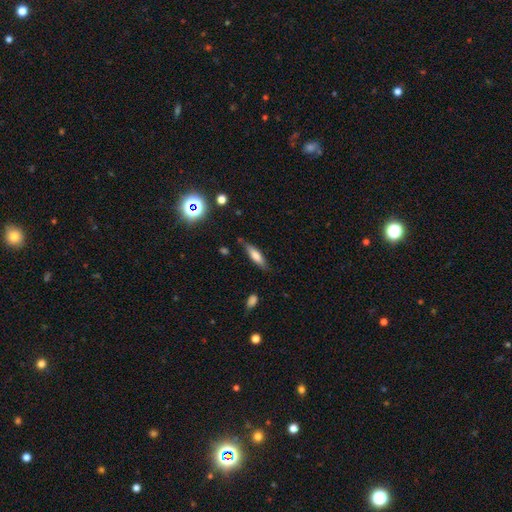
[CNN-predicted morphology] type=smooth (67%); roundness=cigar-shaped (65%); merging=none (74%).